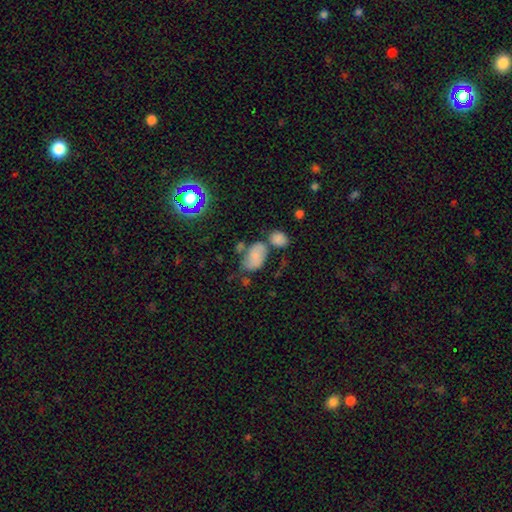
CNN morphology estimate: Smooth or featured? smooth (75%)
How rounded? in between (90%)
Merging? none (38%)